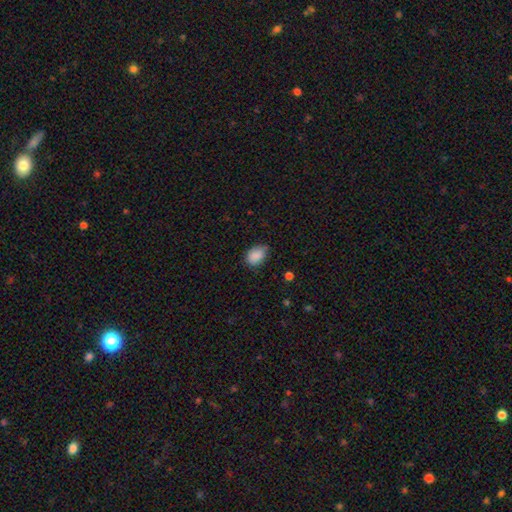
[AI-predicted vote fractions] The model was most divided on "merging": none: 69%, minor disturbance: 26%, major disturbance: 4%, merger: 1%. More confident: smooth or featured — smooth (88%); how rounded — in between (77%).